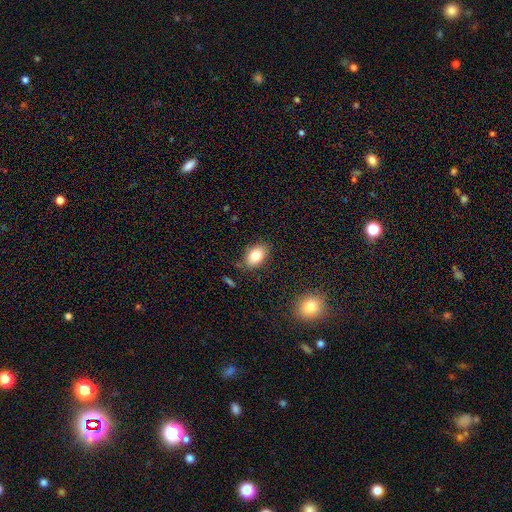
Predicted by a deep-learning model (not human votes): Smooth or featured?
  - smooth: 80% *
  - featured or disk: 11%
  - star or artifact: 9%
How rounded?
  - in between: 85% *
  - round: 14%
  - cigar-shaped: 1%
Merging?
  - none: 83% *
  - minor disturbance: 12%
  - major disturbance: 3%
  - merger: 3%